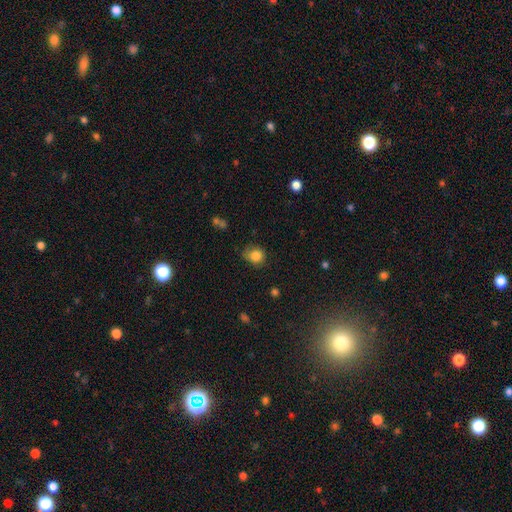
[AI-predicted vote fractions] Smooth or featured?
  - smooth: 83% *
  - star or artifact: 10%
  - featured or disk: 7%
How rounded?
  - round: 74% *
  - in between: 25%
  - cigar-shaped: 1%
Merging?
  - none: 62% *
  - minor disturbance: 27%
  - major disturbance: 9%
  - merger: 2%